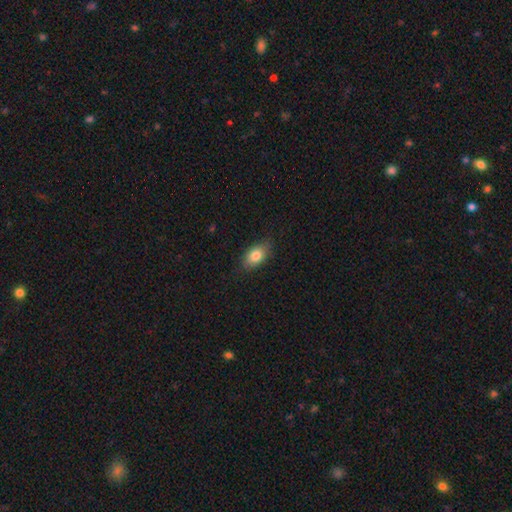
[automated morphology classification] This appears to be a smooth galaxy with no disk features (82%) that is in between round and cigar-shaped (88%). Merging: none (82%).